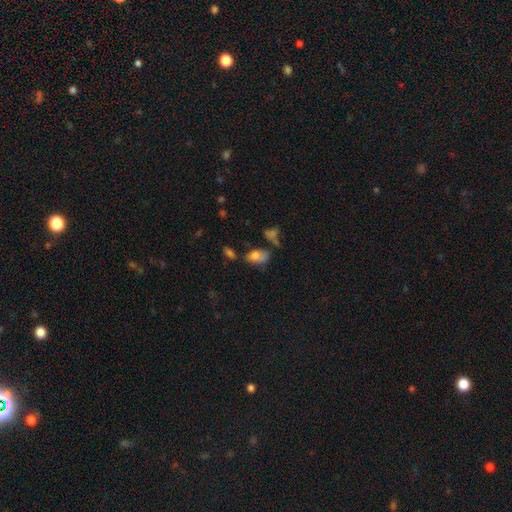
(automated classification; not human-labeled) Smooth or featured?
  - smooth: 73% *
  - featured or disk: 16%
  - star or artifact: 11%
How rounded?
  - in between: 89% *
  - round: 7%
  - cigar-shaped: 4%
Merging?
  - none: 43% *
  - minor disturbance: 26%
  - merger: 17%
  - major disturbance: 14%